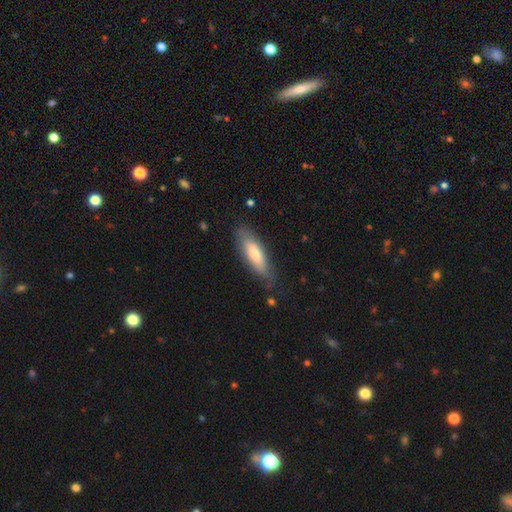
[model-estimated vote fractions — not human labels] This is likely a smooth galaxy (71%). How rounded: possibly in between (53%). Merging: likely none (74%).